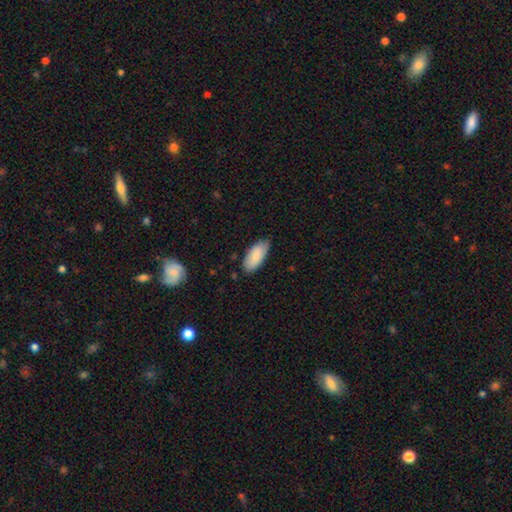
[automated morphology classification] smooth_or_featured: smooth (p=0.87) [alt: featured or disk p=0.07]
how_rounded: in between (p=0.89) [alt: cigar-shaped p=0.10]
merging: none (p=0.77) [alt: minor disturbance p=0.19]